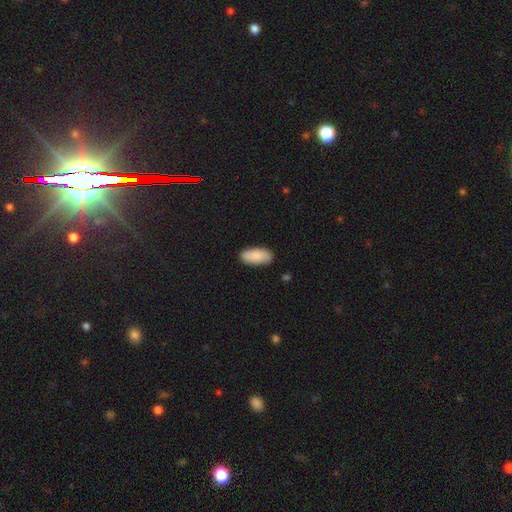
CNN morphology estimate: Smooth or featured? Predicted: smooth (p=0.85). How rounded? Predicted: in between (p=0.90). Merging? Predicted: none (p=0.85).